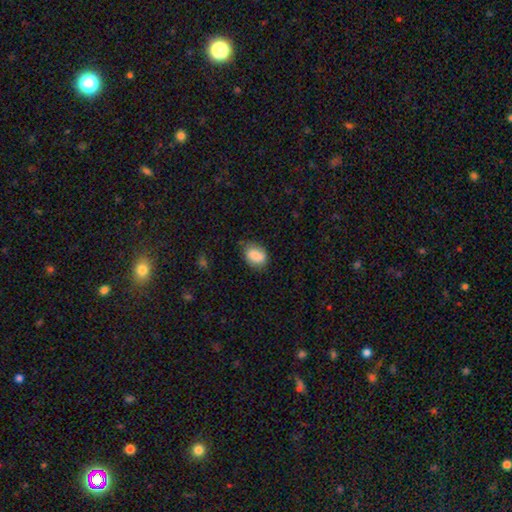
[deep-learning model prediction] Morphology: type=smooth (82%); roundness=in between (75%); merging=none (67%).